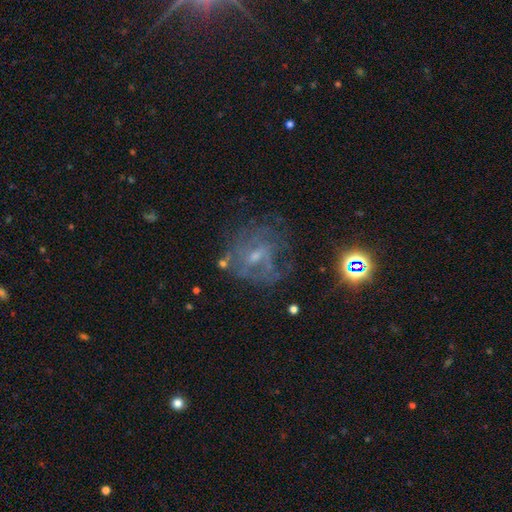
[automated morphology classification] Smooth or featured? Predicted: featured or disk (p=0.64). Edge-on disk? Predicted: no (p=0.97). Bar? Predicted: weak (p=0.47). Spiral arms? Predicted: yes (p=0.65). Bulge size? Predicted: small (p=0.61). Merging? Predicted: none (p=0.56).